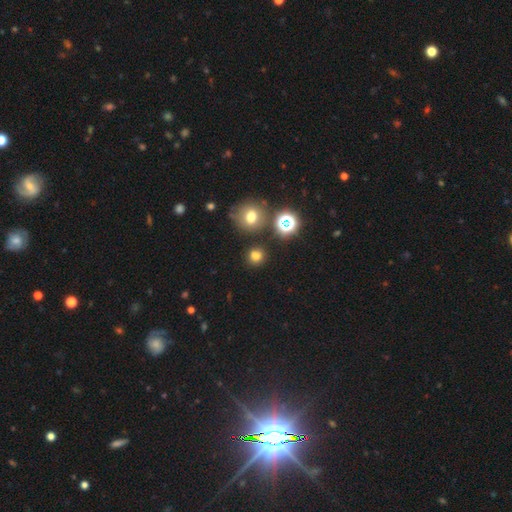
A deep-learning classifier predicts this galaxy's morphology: The model was most divided on "smooth or featured": smooth: 74%, star or artifact: 21%, featured or disk: 6%. More confident: how rounded — round (89%); merging — none (84%).